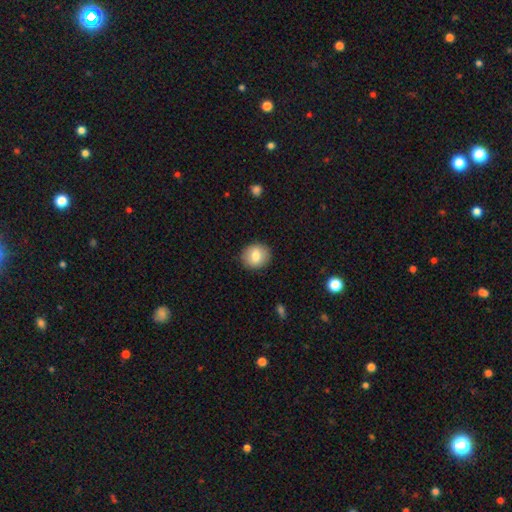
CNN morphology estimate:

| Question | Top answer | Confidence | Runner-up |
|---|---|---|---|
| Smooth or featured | smooth | 79% | featured or disk (13%) |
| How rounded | round | 83% | in between (16%) |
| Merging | none | 89% | minor disturbance (8%) |